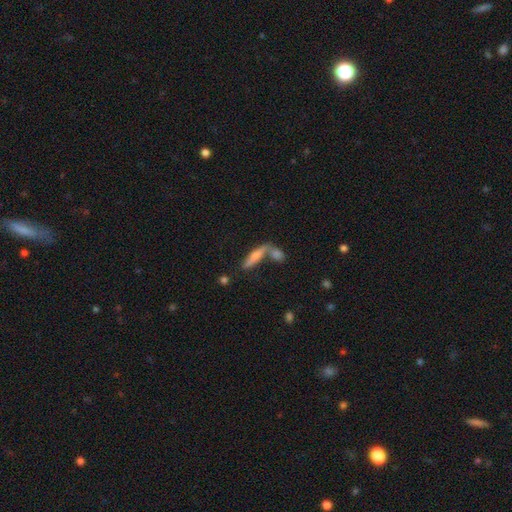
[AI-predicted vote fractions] Smooth or featured? featured or disk (46%)
Merging? none (49%)